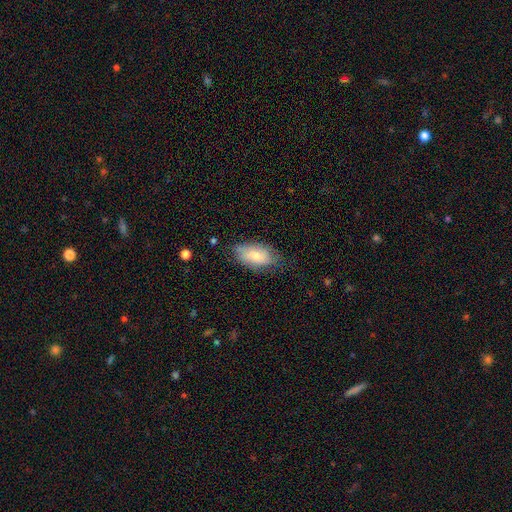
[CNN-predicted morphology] This appears to be a smooth galaxy with no disk features (72%) that is in between round and cigar-shaped (93%). Merging: none (66%).